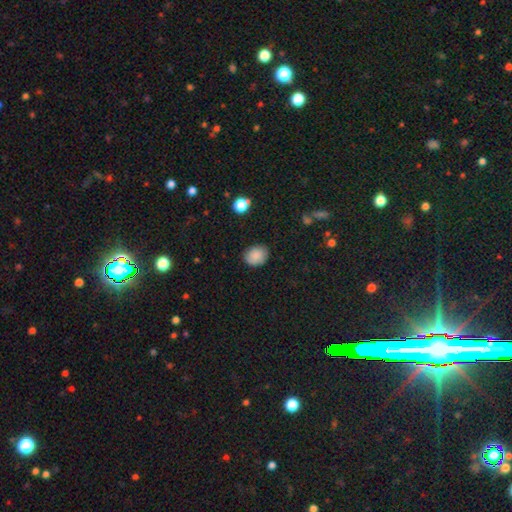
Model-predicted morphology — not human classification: smooth 87%, star or artifact 9%, featured or disk 4%. Down the decision tree: how rounded — round (59%); merging — none (84%).